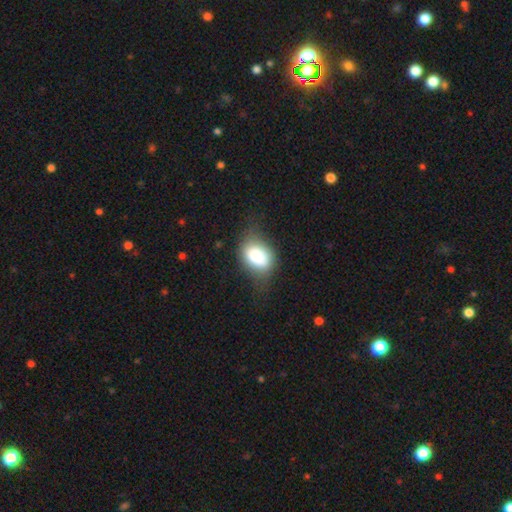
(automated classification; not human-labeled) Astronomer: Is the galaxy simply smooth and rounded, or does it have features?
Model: smooth — 76%.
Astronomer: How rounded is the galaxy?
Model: in between — 69%.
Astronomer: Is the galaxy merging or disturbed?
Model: none — 52% (runner-up: minor disturbance, 31%).